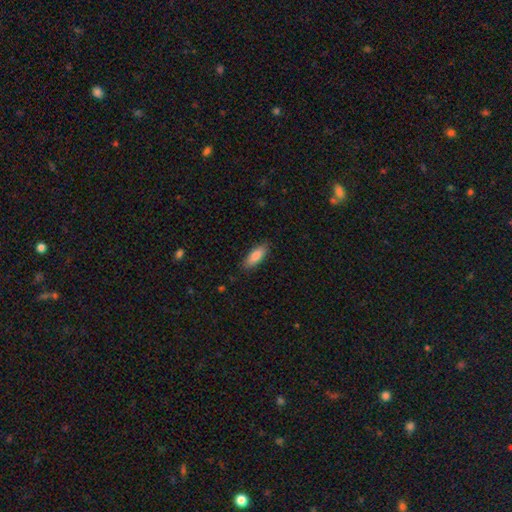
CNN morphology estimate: Overall: smooth (86%). How rounded: in between (73%). Merging: none (86%).